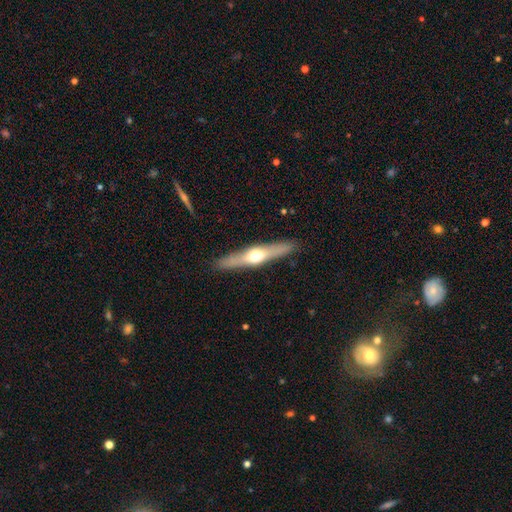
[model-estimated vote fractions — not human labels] The model was most divided on "smooth or featured": featured or disk: 60%, smooth: 35%, star or artifact: 5%. More confident: edge-on bulge — rounded (94%); edge-on disk — yes (93%); merging — none (90%).